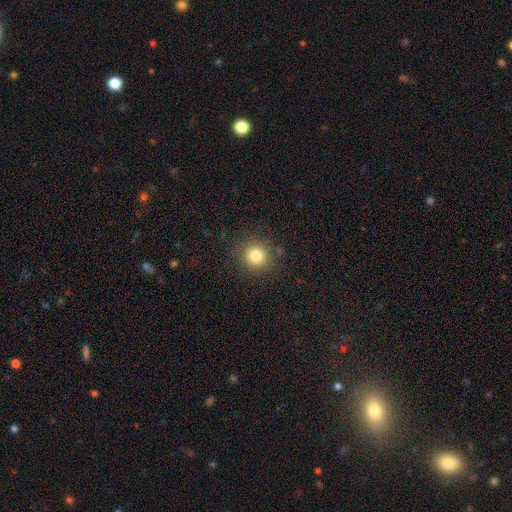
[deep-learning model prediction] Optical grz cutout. It shows a smooth galaxy with no disk features (80%) that is round (93%). Merging: none (88%).